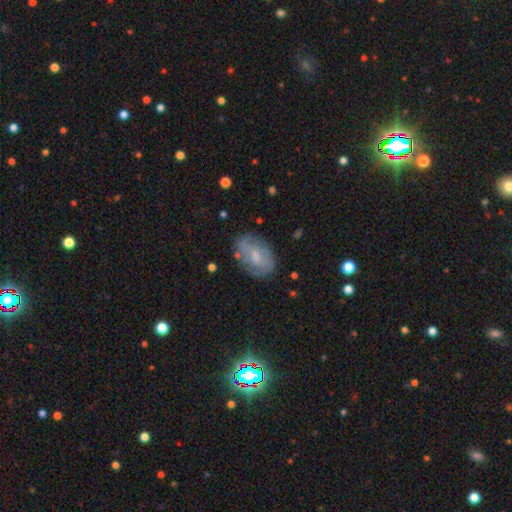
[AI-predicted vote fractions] Smooth or featured? featured or disk (47%)
Merging? none (71%)